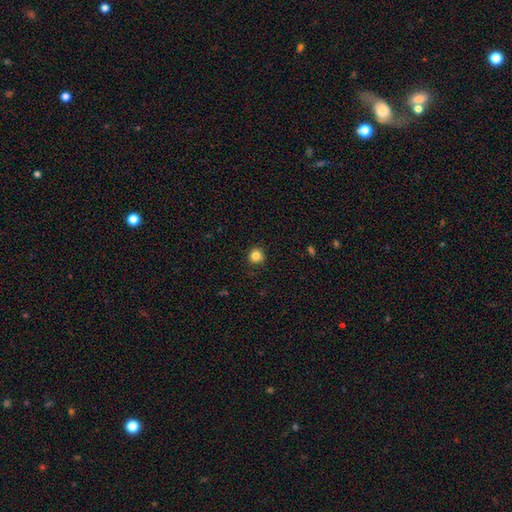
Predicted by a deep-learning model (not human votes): A smooth galaxy with no disk features (84%) that is round (92%).

Vote fractions:
- Smooth or featured? smooth: 84% / star or artifact: 11% / featured or disk: 5%
- How rounded? round: 92% / in between: 7% / cigar-shaped: 1%
- Merging? none: 89% / minor disturbance: 8% / major disturbance: 2% / merger: 1%